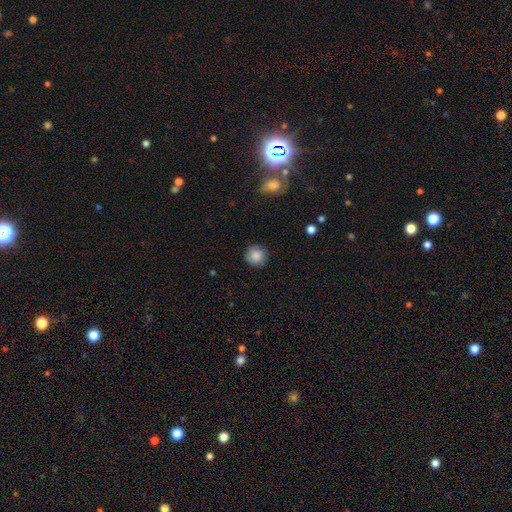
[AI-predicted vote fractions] smooth 86%, star or artifact 9%, featured or disk 6%. Down the decision tree: how rounded — round (94%); merging — none (87%).